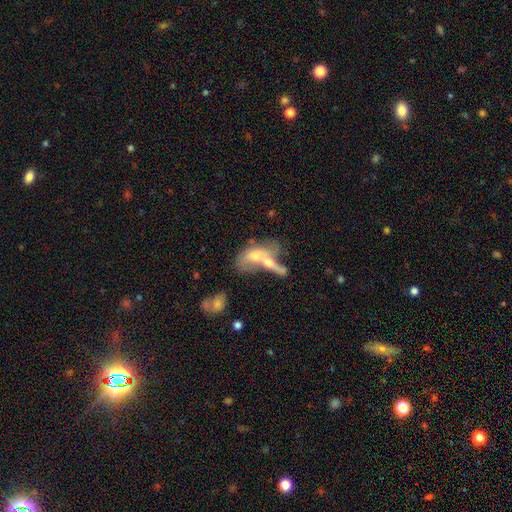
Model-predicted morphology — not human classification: smooth_or_featured: smooth (p=0.48) [alt: featured or disk p=0.43]
merging: merger (p=0.69) [alt: none p=0.14]